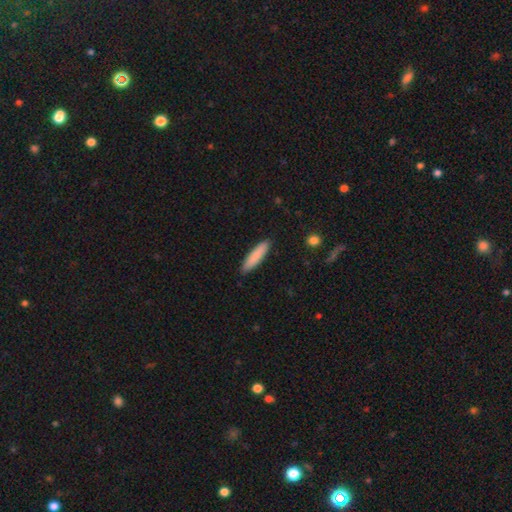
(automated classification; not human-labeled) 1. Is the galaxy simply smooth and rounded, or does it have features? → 86% smooth, 9% featured or disk, 5% star or artifact.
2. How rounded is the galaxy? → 80% cigar-shaped, 19% in between, 1% round.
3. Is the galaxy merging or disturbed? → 89% none, 9% minor disturbance, 2% major disturbance, 1% merger.